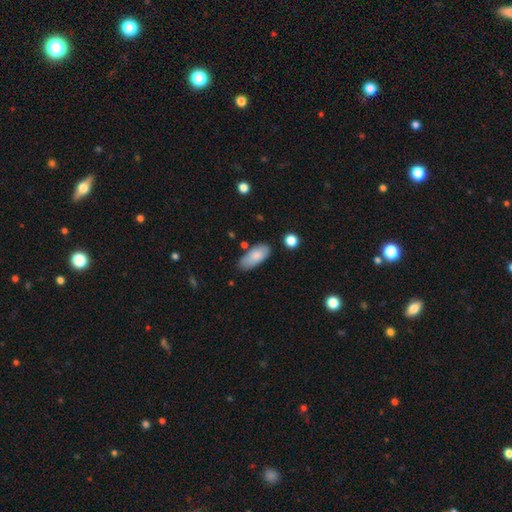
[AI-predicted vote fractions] This appears to be a smooth galaxy with no disk features (83%) that is in between round and cigar-shaped (87%). Merging: none (71%).